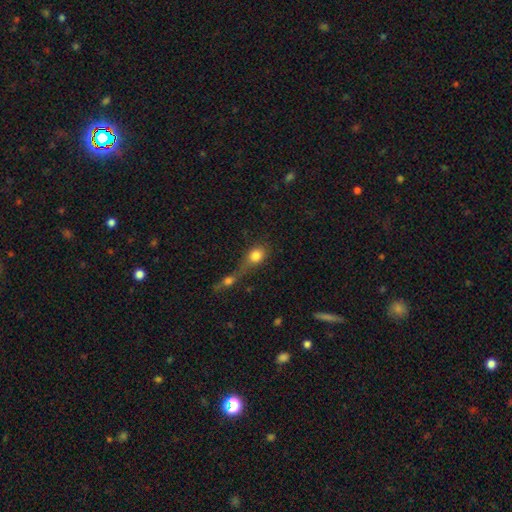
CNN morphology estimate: smooth_or_featured: smooth (p=0.79) [alt: featured or disk p=0.11]
how_rounded: round (p=0.56) [alt: in between p=0.39]
merging: merger (p=0.61) [alt: none p=0.21]